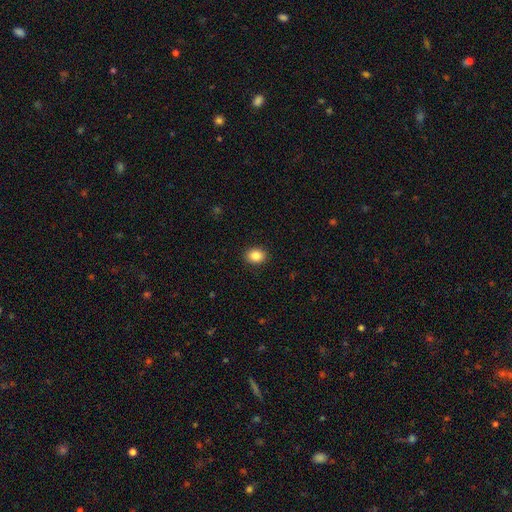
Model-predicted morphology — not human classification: smooth-or-featured: smooth: 87% | star or artifact: 9% | featured or disk: 4%
  how-rounded: in between: 56% | round: 43% | cigar-shaped: 1%
  merging: none: 91% | minor disturbance: 7% | major disturbance: 2% | merger: 1%